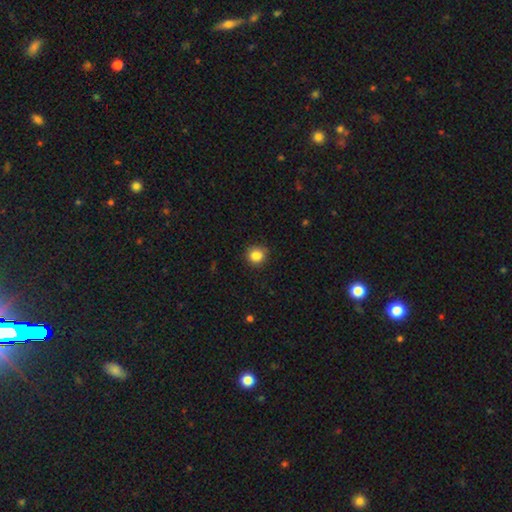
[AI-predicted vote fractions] smooth_or_featured: smooth (p=0.86) [alt: star or artifact p=0.10]
how_rounded: round (p=0.86) [alt: in between p=0.13]
merging: none (p=0.83) [alt: minor disturbance p=0.14]